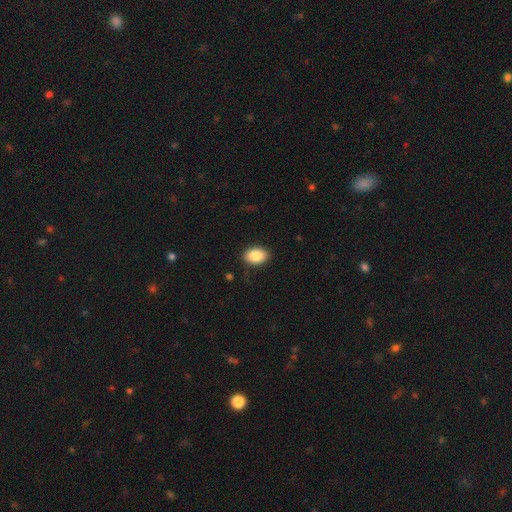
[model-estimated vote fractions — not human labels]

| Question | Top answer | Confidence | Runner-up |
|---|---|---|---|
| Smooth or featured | smooth | 88% | star or artifact (7%) |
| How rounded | in between | 84% | round (15%) |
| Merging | none | 86% | minor disturbance (10%) |